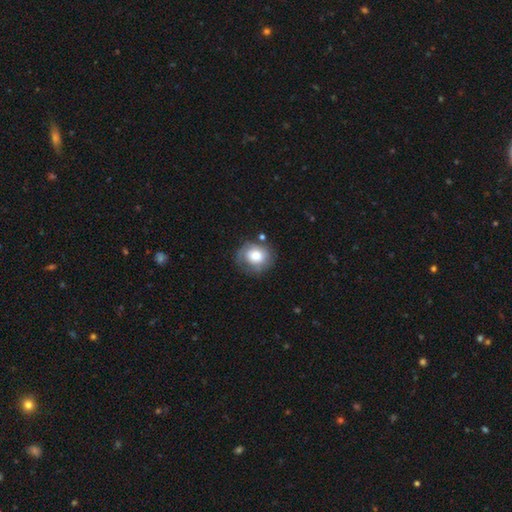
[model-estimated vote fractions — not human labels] This appears to be a smooth galaxy with no disk features (62%) that is round (75%). Merging: none (63%).